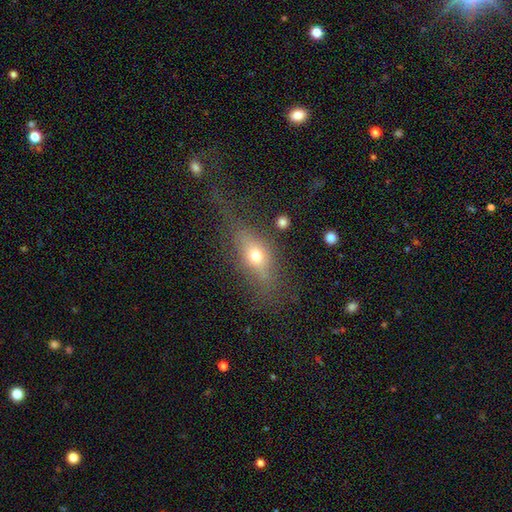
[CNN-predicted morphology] smooth-or-featured: smooth: 57% | featured or disk: 31% | star or artifact: 13%
  how-rounded: in between: 68% | cigar-shaped: 19% | round: 13%
  merging: none: 52% | major disturbance: 24% | minor disturbance: 20% | merger: 4%